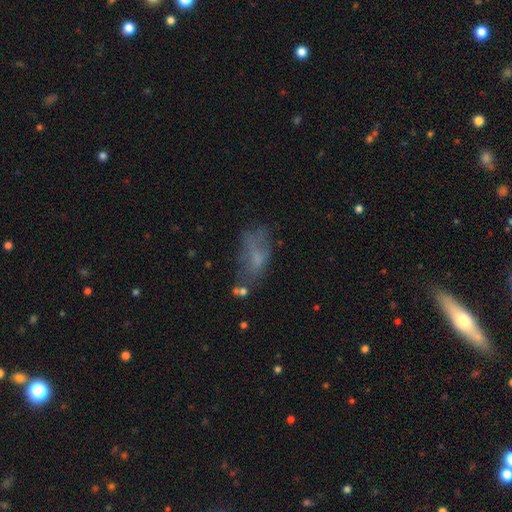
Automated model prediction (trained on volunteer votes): smooth 54%, featured or disk 32%, star or artifact 14%. Down the decision tree: how rounded — in between (83%); merging — none (43%).